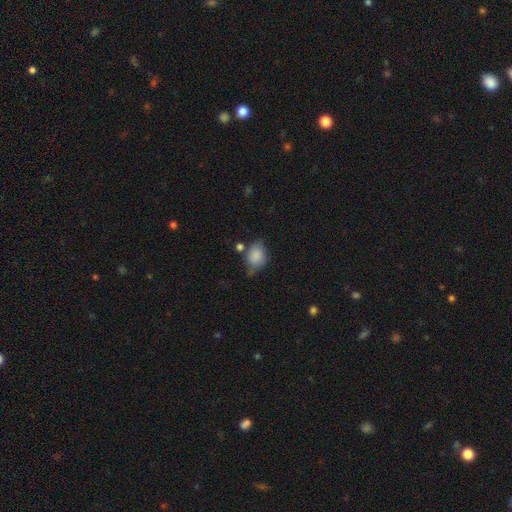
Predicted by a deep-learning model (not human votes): Smooth or featured? smooth (84%)
How rounded? in between (64%)
Merging? none (51%)